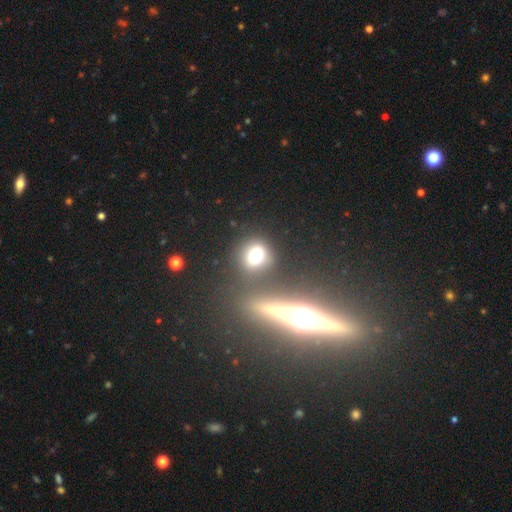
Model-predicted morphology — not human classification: Overall: smooth (72%). How rounded: round (62%; in between 36%). Merging: none (70%).